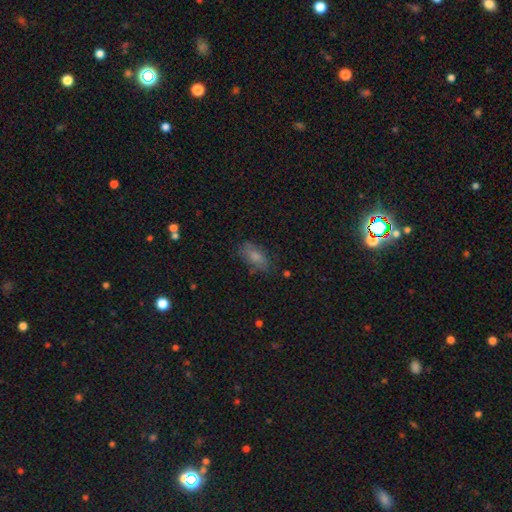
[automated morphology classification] smooth 68%, featured or disk 17%, star or artifact 15%. Down the decision tree: how rounded — in between (83%); merging — none (74%).